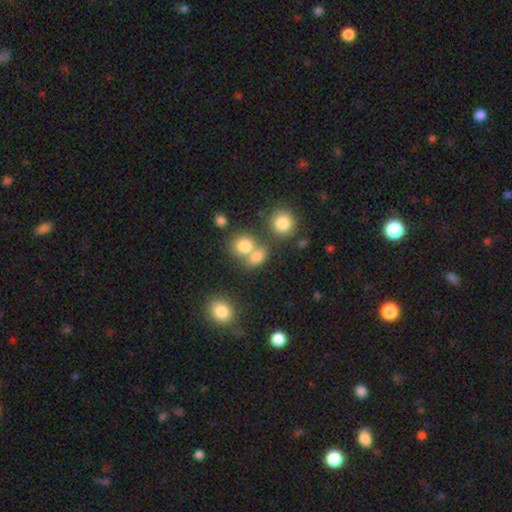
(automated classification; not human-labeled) A smooth galaxy with no disk features (75%) that is round (56%).

Vote fractions:
- Smooth or featured? smooth: 75% / star or artifact: 15% / featured or disk: 10%
- How rounded? round: 56% / in between: 42% / cigar-shaped: 2%
- Merging? merger: 44% / none: 42% / minor disturbance: 9% / major disturbance: 5%